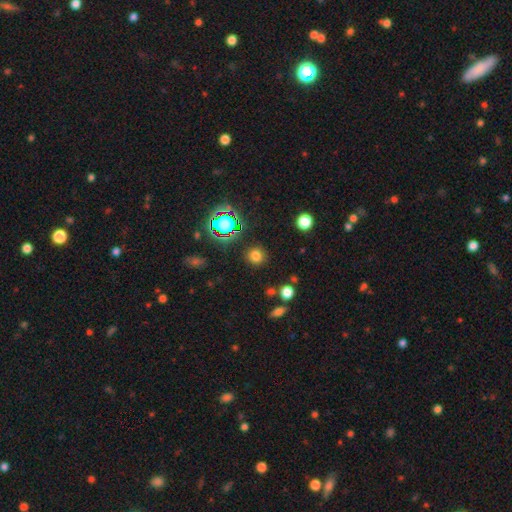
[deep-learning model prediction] Overall: smooth (74%). How rounded: round (90%). Merging: none (88%).